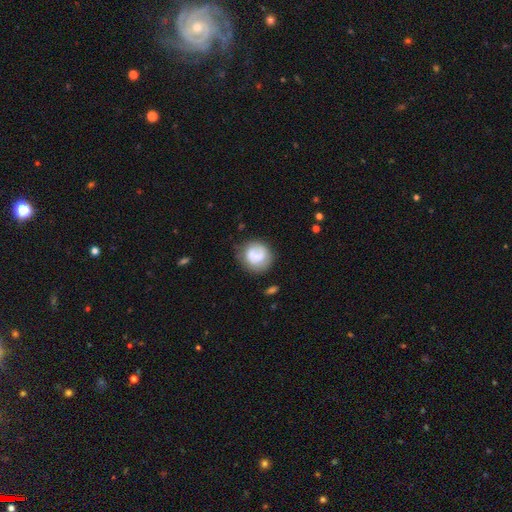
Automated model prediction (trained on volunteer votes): Smooth or featured: smooth — 64% (featured or disk — 29%)
How rounded: round — 85% (in between — 14%)
Merging: none — 63% (minor disturbance — 22%)